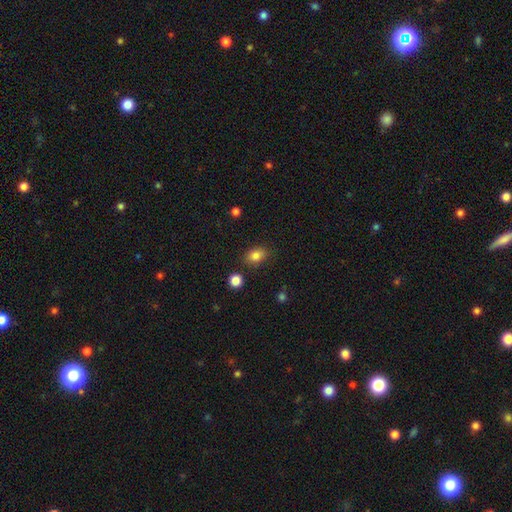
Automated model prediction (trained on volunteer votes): Q: Smooth or featured?
A: smooth (83%); runner-up: star or artifact (10%)
Q: How rounded?
A: in between (71%); runner-up: round (28%)
Q: Merging?
A: none (81%); runner-up: minor disturbance (13%)